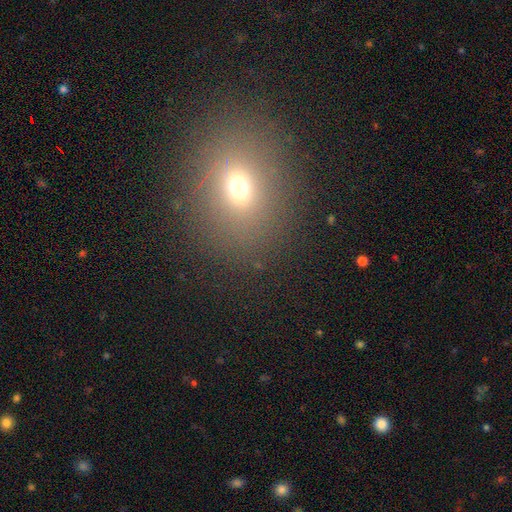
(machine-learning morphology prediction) smooth-or-featured: smooth: 66% | star or artifact: 22% | featured or disk: 12%
  how-rounded: round: 50% | in between: 48% | cigar-shaped: 1%
  merging: none: 89% | minor disturbance: 7% | major disturbance: 3% | merger: 1%